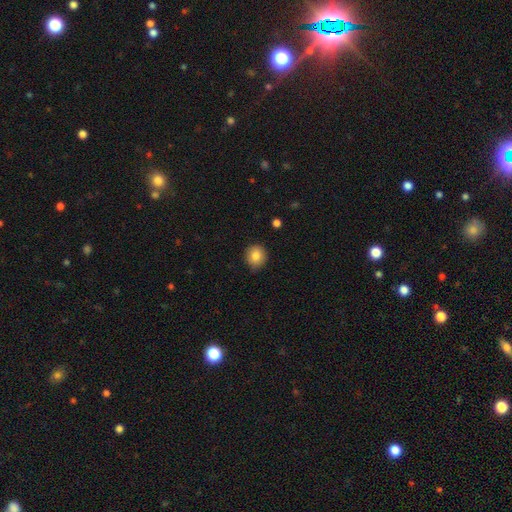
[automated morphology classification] Smooth or featured?
  - smooth: 85% *
  - star or artifact: 9%
  - featured or disk: 6%
How rounded?
  - round: 85% *
  - in between: 14%
  - cigar-shaped: 1%
Merging?
  - none: 84% *
  - minor disturbance: 12%
  - major disturbance: 2%
  - merger: 1%